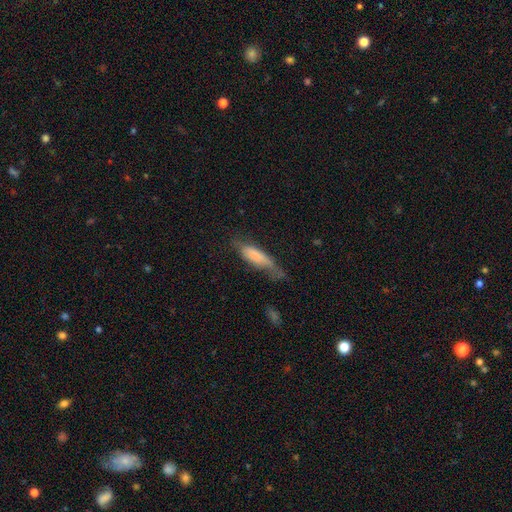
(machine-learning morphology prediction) Smooth or featured?
  - smooth: 74% *
  - featured or disk: 18%
  - star or artifact: 7%
How rounded?
  - cigar-shaped: 55% *
  - in between: 43%
  - round: 2%
Merging?
  - minor disturbance: 36% *
  - none: 35%
  - major disturbance: 24%
  - merger: 4%